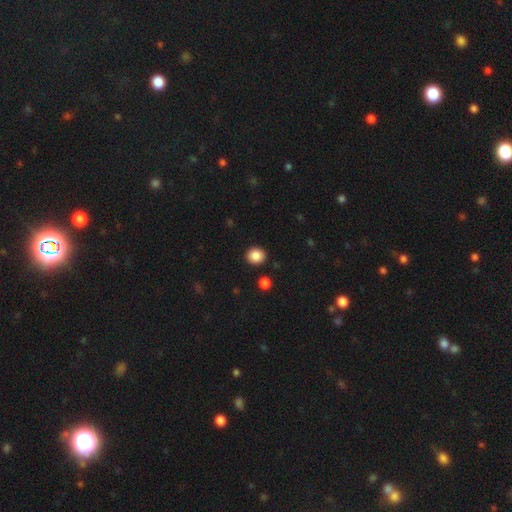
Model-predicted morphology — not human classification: type=smooth (87%); roundness=round (79%); merging=none (90%).